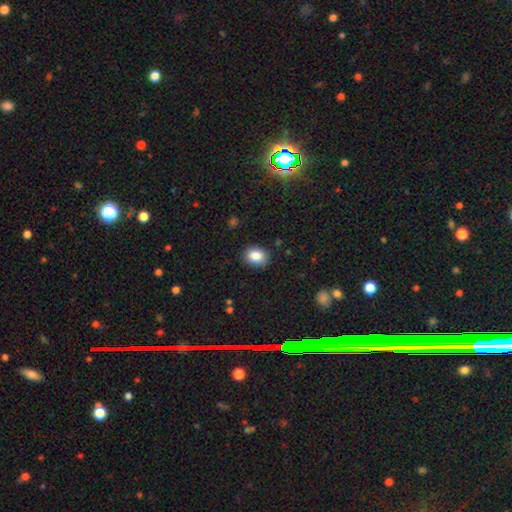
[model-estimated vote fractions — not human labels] smooth_or_featured: smooth (p=0.86) [alt: star or artifact p=0.09]
how_rounded: in between (p=0.55) [alt: round p=0.44]
merging: none (p=0.86) [alt: minor disturbance p=0.10]